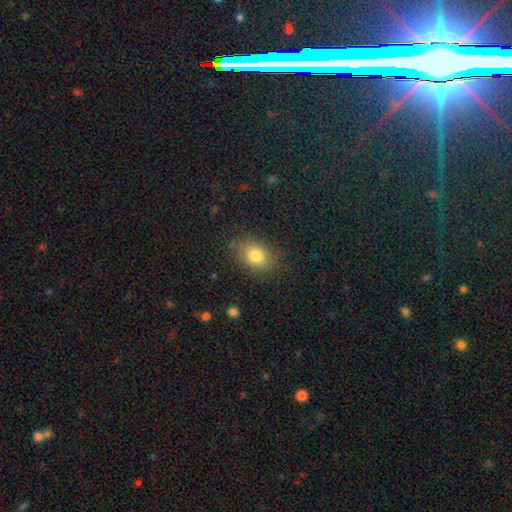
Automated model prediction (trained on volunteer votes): smooth_or_featured: smooth (p=0.81) [alt: star or artifact p=0.10]
how_rounded: in between (p=0.70) [alt: round p=0.29]
merging: none (p=0.82) [alt: minor disturbance p=0.13]